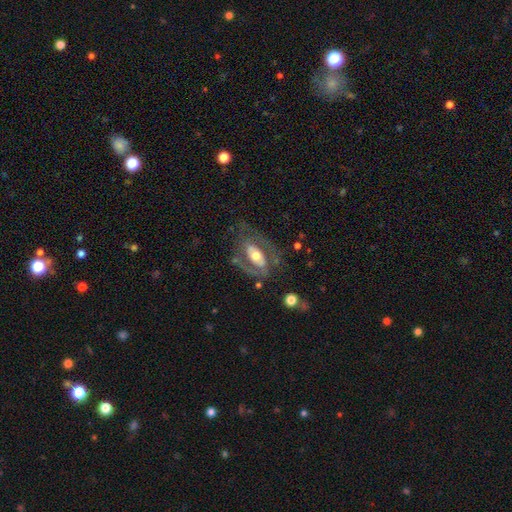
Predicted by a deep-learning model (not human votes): A featured or disk galaxy (68%) with no bar (53%), spiral arms (61%) and a moderate central bulge (64%). Merging: none (53%).